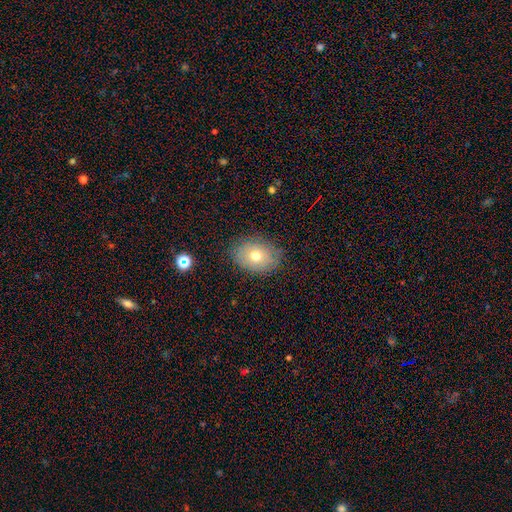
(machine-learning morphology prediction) Q: Smooth or featured?
A: smooth (68%); runner-up: featured or disk (21%)
Q: How rounded?
A: in between (61%); runner-up: round (38%)
Q: Merging?
A: none (82%); runner-up: minor disturbance (13%)